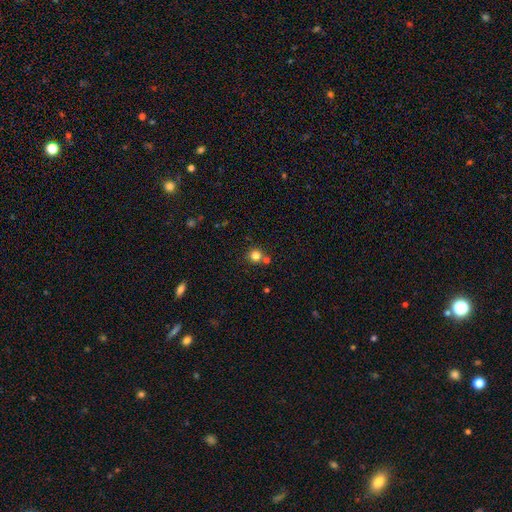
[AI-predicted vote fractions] Q: Smooth or featured?
A: smooth (81%); runner-up: star or artifact (13%)
Q: How rounded?
A: round (92%); runner-up: in between (7%)
Q: Merging?
A: none (70%); runner-up: merger (19%)